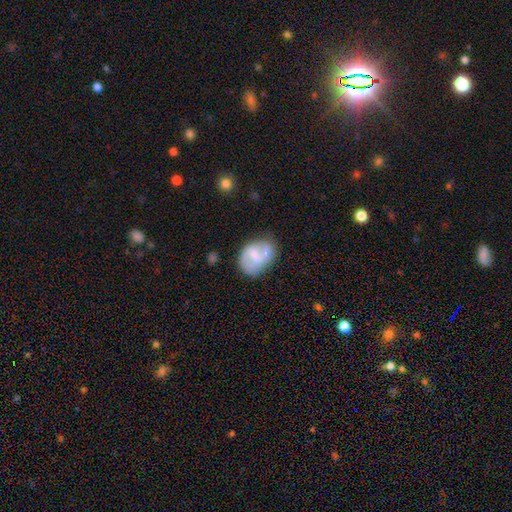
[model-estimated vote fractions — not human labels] This is likely a featured or disk galaxy (61%). It is clearly not viewed edge-on (98%). Bar: possibly weak (49%). Spiral arm pattern: likely yes (72%). Central bulge: marginally small (40%). Merging: possibly none (55%).